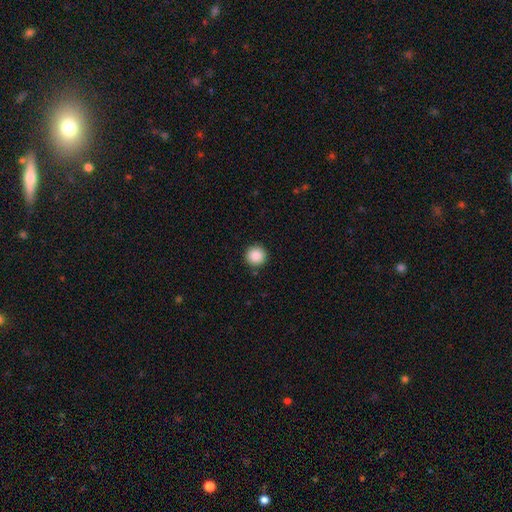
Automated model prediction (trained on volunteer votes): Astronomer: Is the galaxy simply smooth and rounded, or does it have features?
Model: smooth — 88%.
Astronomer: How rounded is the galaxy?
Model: round — 96%.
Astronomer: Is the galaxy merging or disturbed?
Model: none — 92%.